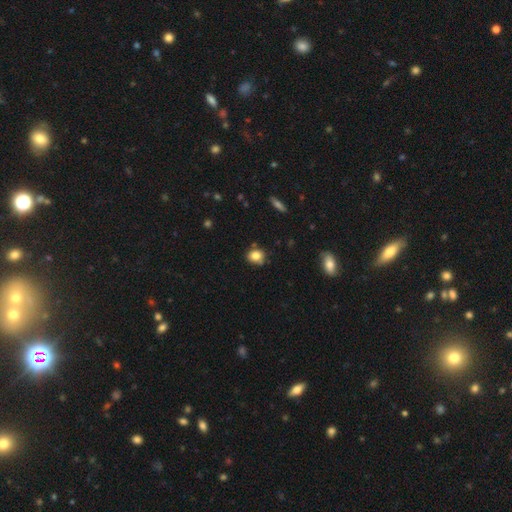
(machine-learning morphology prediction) Smooth or featured? Predicted: smooth (p=0.81). How rounded? Predicted: round (p=0.69). Merging? Predicted: none (p=0.73).